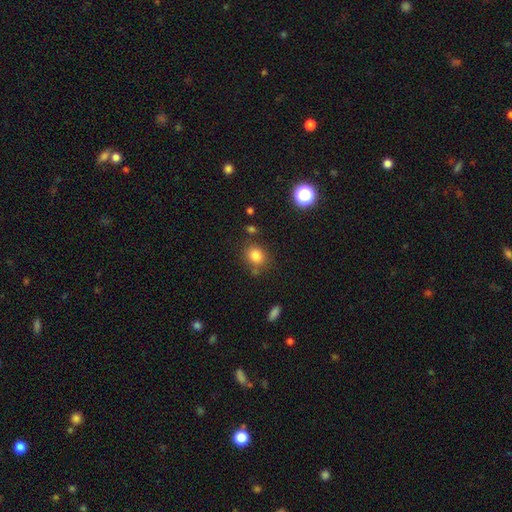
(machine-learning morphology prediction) smooth 82%, star or artifact 11%, featured or disk 6%. Down the decision tree: how rounded — round (64%); merging — none (76%).